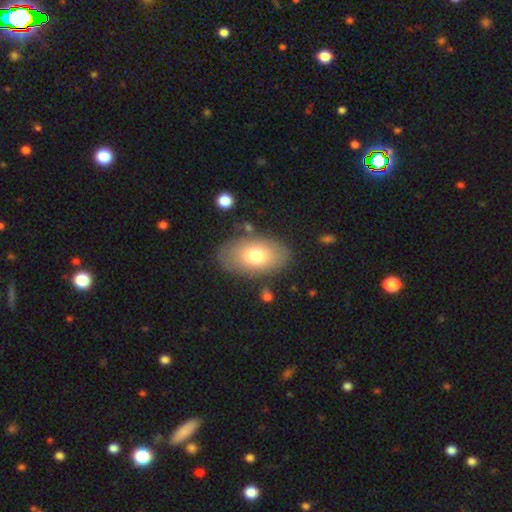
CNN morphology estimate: This appears to be a smooth galaxy with no disk features (72%) that is in between round and cigar-shaped (90%). Merging: none (79%).